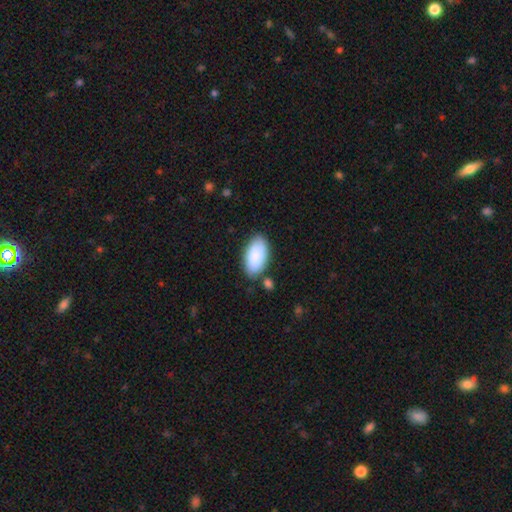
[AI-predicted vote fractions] A smooth galaxy with no disk features (88%) that is in between round and cigar-shaped (96%).

Vote fractions:
- Smooth or featured? smooth: 88% / featured or disk: 6% / star or artifact: 6%
- How rounded? in between: 96% / round: 2% / cigar-shaped: 2%
- Merging? none: 78% / minor disturbance: 13% / merger: 5% / major disturbance: 3%